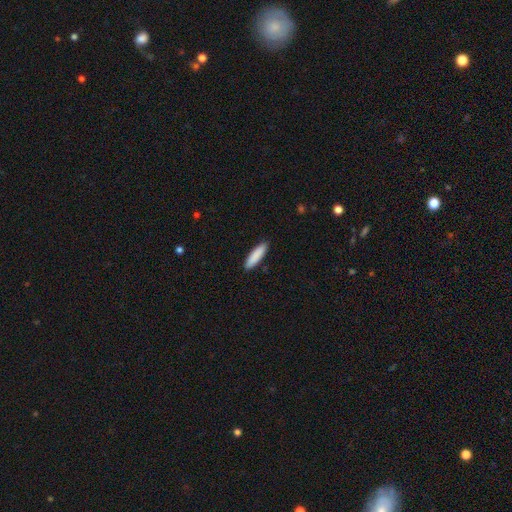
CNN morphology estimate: Smooth or featured? smooth (88%)
How rounded? cigar-shaped (71%)
Merging? none (90%)